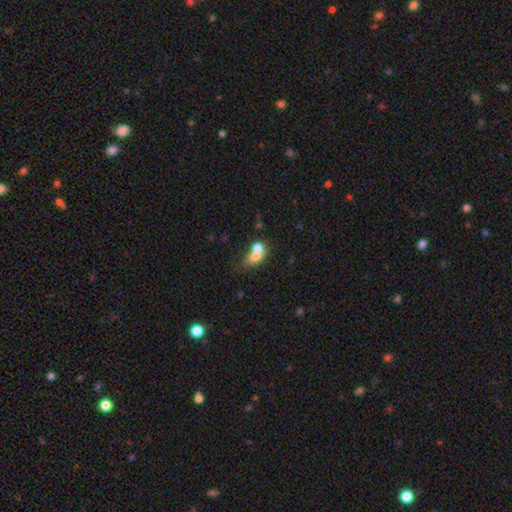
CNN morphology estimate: This is likely a smooth galaxy (68%). How rounded: possibly in between (57%). Merging: possibly merger (60%).